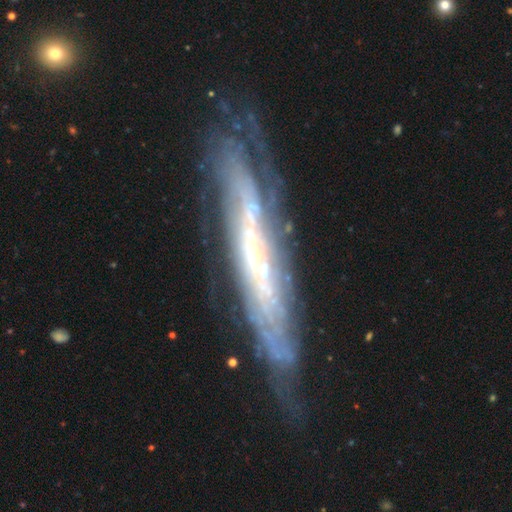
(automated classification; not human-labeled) smooth-or-featured: featured or disk: 82% | smooth: 11% | star or artifact: 6%
  disk-edge-on: yes: 52% | no: 48%
  merging: none: 72% | minor disturbance: 19% | major disturbance: 7% | merger: 2%